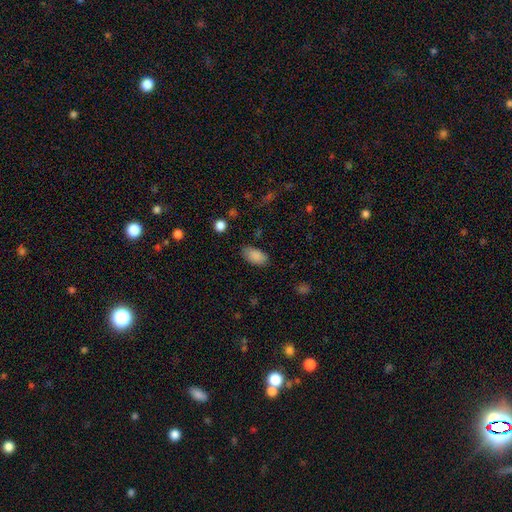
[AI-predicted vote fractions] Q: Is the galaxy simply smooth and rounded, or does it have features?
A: smooth — 87%.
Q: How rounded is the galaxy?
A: in between — 93%.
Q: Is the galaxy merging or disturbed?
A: none — 80%.